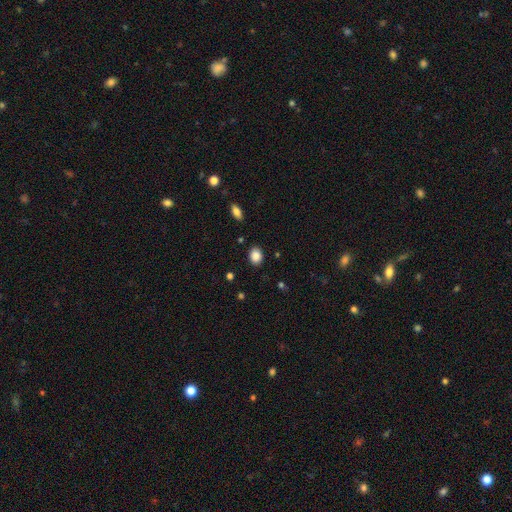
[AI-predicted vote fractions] This appears to be a smooth galaxy with no disk features (88%) that is in between round and cigar-shaped (61%). Merging: none (87%).